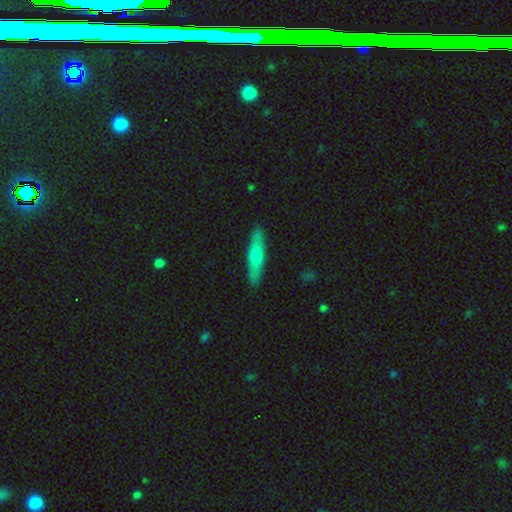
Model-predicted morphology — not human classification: The model was most divided on "smooth or featured": smooth: 58%, featured or disk: 37%, star or artifact: 5%. More confident: merging — none (90%); how rounded — cigar-shaped (84%).